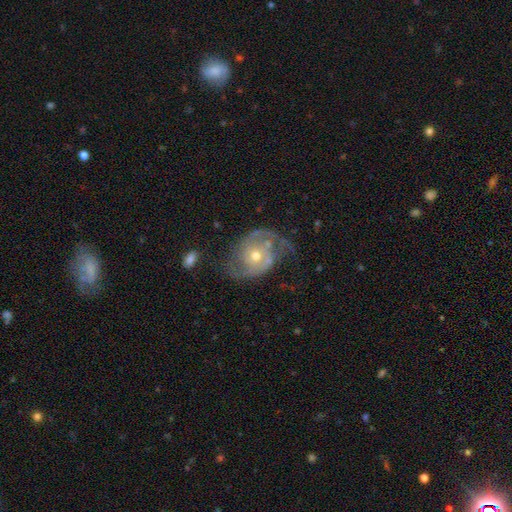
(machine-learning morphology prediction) Smooth or featured?
  - featured or disk: 87% *
  - smooth: 7%
  - star or artifact: 6%
Edge-on disk?
  - no: 97% *
  - yes: 3%
Bar?
  - no: 75% *
  - weak: 20%
  - strong: 5%
Spiral arms?
  - yes: 95% *
  - no: 5%
Spiral winding?
  - medium: 49% *
  - tight: 29%
  - loose: 22%
Spiral arm count?
  - 2: 86% *
  - can't tell: 6%
  - 3: 3%
  - 1: 2%
  - 4: 1%
  - more than 4: 1%
Bulge size?
  - moderate: 57% *
  - small: 39%
  - large: 2%
  - none: 1%
  - dominant: 1%
Merging?
  - none: 60% *
  - minor disturbance: 21%
  - major disturbance: 14%
  - merger: 4%